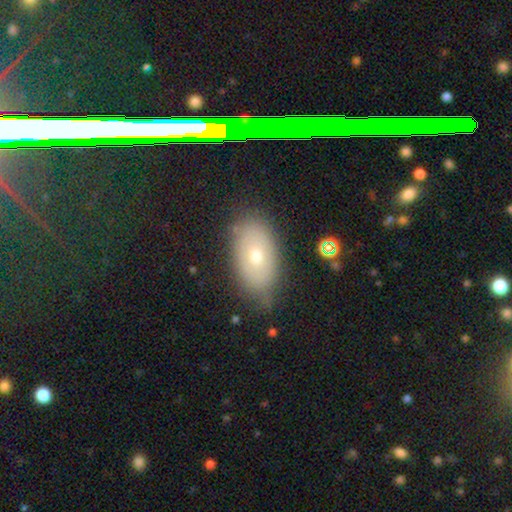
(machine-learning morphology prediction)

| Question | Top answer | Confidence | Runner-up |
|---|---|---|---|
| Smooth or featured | smooth | 62% | featured or disk (27%) |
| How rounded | in between | 91% | round (7%) |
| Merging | none | 73% | minor disturbance (20%) |